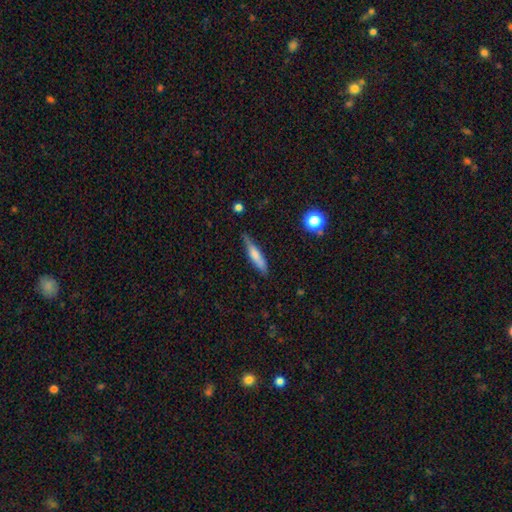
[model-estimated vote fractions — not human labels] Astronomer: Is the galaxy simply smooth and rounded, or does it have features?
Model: smooth — 66%.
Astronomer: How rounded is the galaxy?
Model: cigar-shaped — 81%.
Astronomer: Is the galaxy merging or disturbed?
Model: none — 72%.